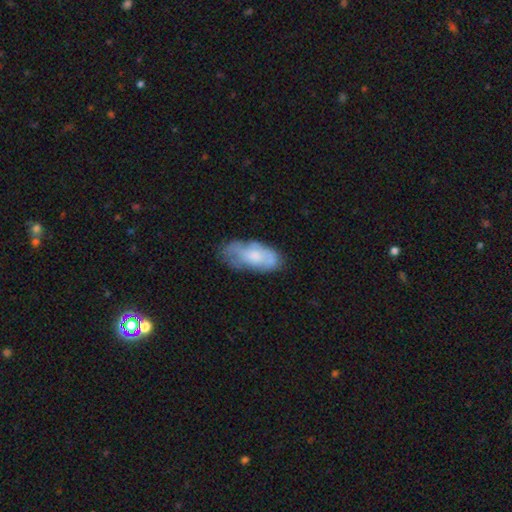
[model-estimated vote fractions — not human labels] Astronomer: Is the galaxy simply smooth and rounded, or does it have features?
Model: smooth — 55% (runner-up: featured or disk, 38%).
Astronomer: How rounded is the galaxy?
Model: in between — 88%.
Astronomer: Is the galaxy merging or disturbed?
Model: none — 60%.